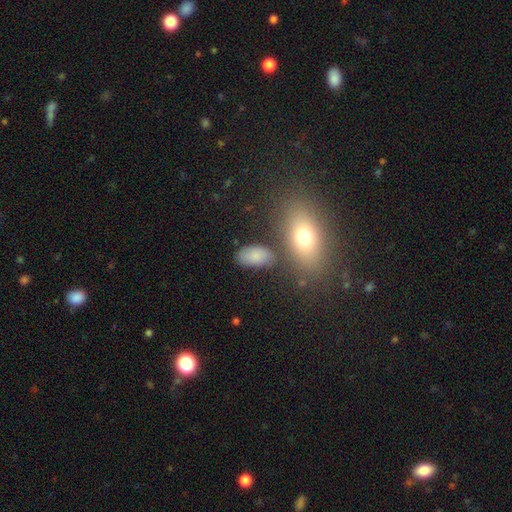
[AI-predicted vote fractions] Overall: smooth (81%). How rounded: in between (92%). Merging: none (68%).